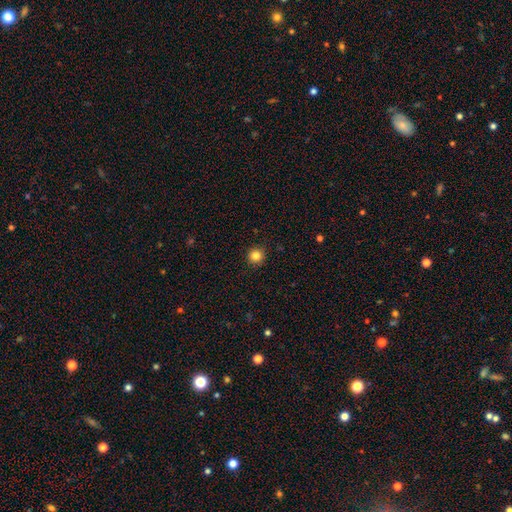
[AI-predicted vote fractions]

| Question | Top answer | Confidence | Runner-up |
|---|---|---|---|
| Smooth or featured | smooth | 84% | star or artifact (12%) |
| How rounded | round | 94% | in between (5%) |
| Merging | none | 92% | minor disturbance (5%) |